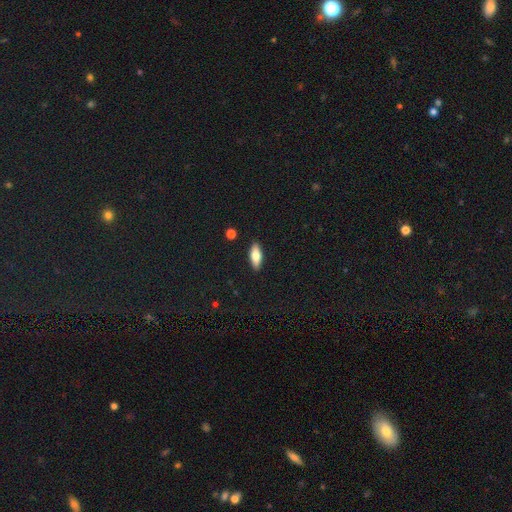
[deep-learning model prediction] A smooth galaxy with no disk features (73%) that is in between round and cigar-shaped (73%).

Vote fractions:
- Smooth or featured? smooth: 73% / featured or disk: 20% / star or artifact: 7%
- How rounded? in between: 73% / cigar-shaped: 25% / round: 3%
- Merging? none: 89% / minor disturbance: 8% / major disturbance: 2% / merger: 1%